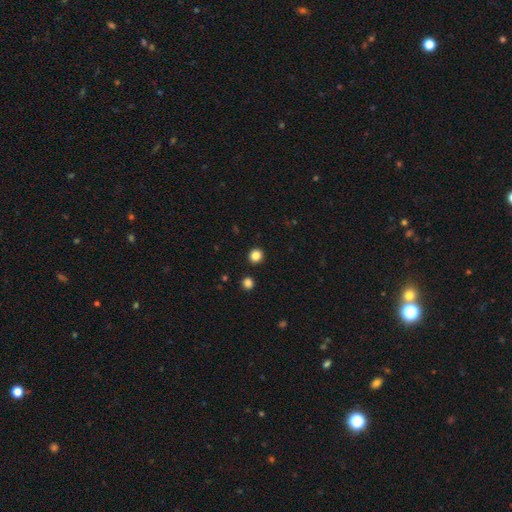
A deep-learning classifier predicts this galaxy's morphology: Smooth or featured?
  - smooth: 85% *
  - star or artifact: 12%
  - featured or disk: 3%
How rounded?
  - round: 91% *
  - in between: 8%
  - cigar-shaped: 1%
Merging?
  - none: 92% *
  - minor disturbance: 4%
  - merger: 2%
  - major disturbance: 2%